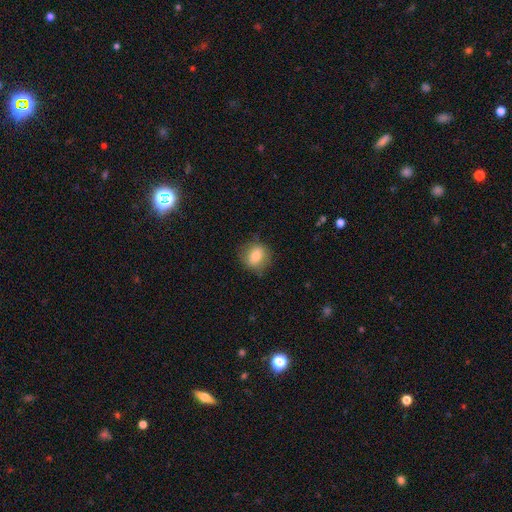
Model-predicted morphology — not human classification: Overall: smooth (76%). How rounded: round (72%). Merging: none (78%).